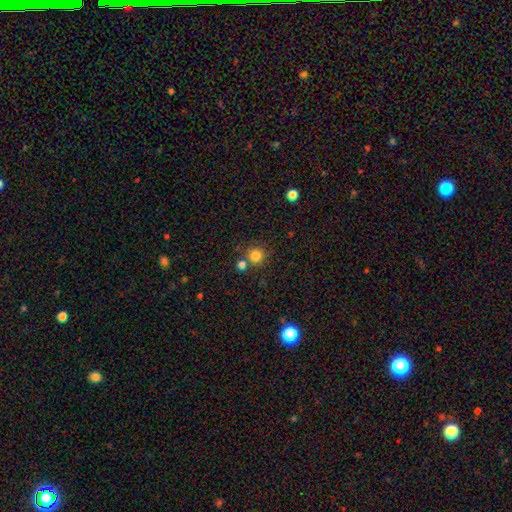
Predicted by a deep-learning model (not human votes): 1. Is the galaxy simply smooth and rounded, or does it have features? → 82% smooth, 12% star or artifact, 6% featured or disk.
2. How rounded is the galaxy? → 93% round, 6% in between, 1% cigar-shaped.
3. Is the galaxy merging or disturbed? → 73% none, 16% merger, 8% minor disturbance, 3% major disturbance.